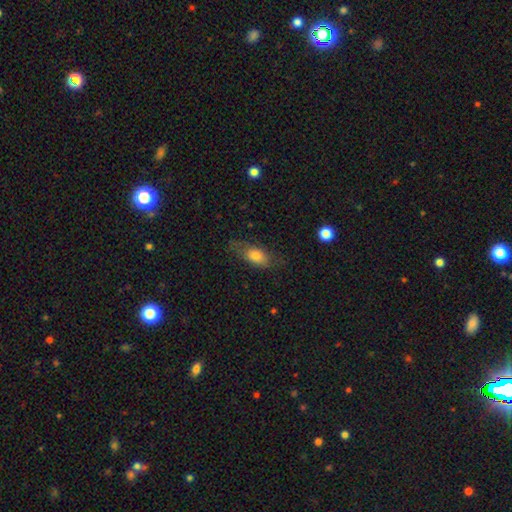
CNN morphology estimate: type=smooth (73%); roundness=in between (81%); merging=none (61%).